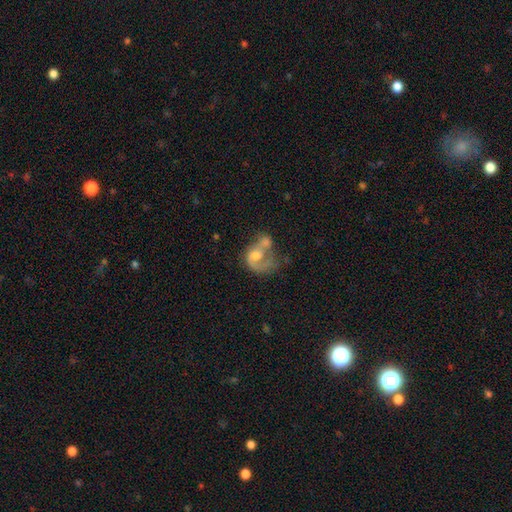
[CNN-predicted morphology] A featured or disk galaxy (61%) with no bar (73%), spiral arms (71%) and a moderate central bulge (56%). Merging: merger (51%).